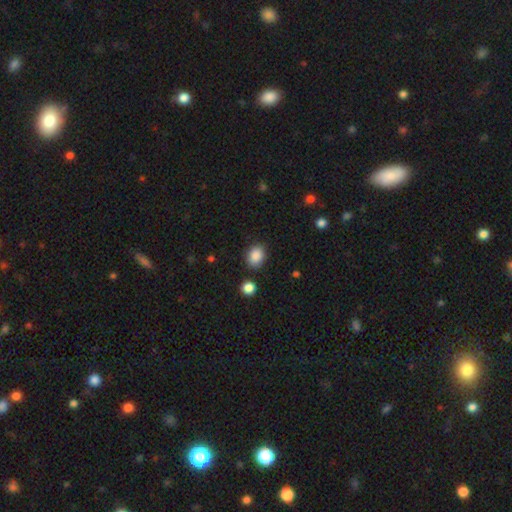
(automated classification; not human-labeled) The model was most divided on "how rounded": in between: 57%, round: 42%, cigar-shaped: 1%. More confident: smooth or featured — smooth (88%); merging — none (82%).